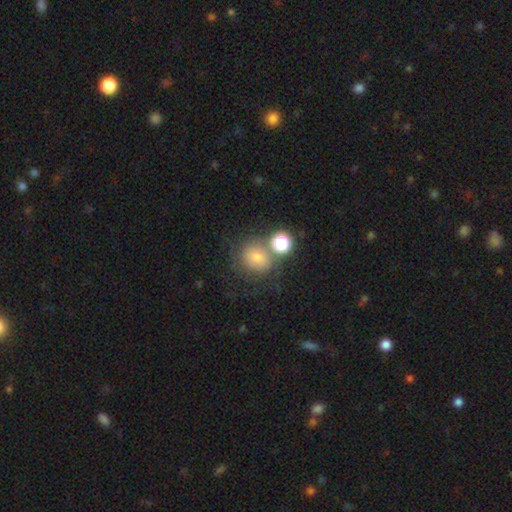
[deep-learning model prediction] This is likely a smooth galaxy (73%). How rounded: likely round (79%). Merging: possibly none (55%).